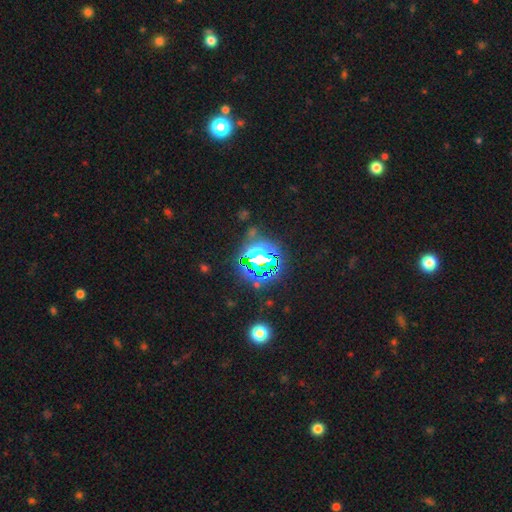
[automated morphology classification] Smooth or featured? star or artifact (69%)